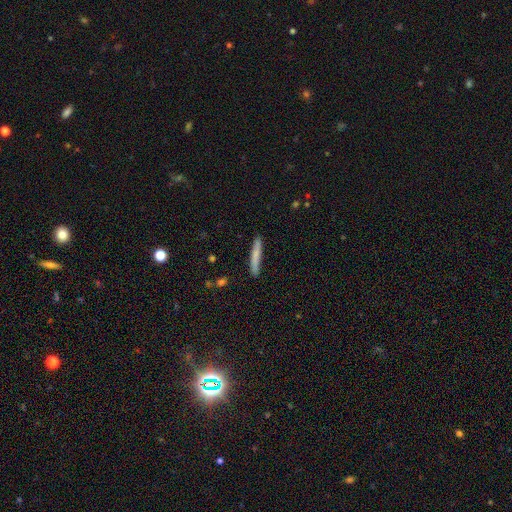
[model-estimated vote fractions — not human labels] smooth-or-featured: smooth: 70% | featured or disk: 24% | star or artifact: 6%
  how-rounded: cigar-shaped: 95% | in between: 4% | round: 1%
  merging: none: 86% | minor disturbance: 10% | major disturbance: 2% | merger: 2%